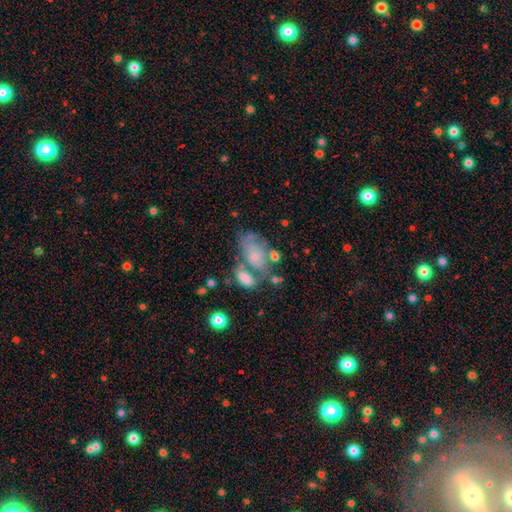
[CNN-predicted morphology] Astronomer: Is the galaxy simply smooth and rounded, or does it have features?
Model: smooth — 51% (runner-up: featured or disk, 41%).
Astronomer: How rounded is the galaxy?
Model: in between — 85%.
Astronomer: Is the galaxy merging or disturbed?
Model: none — 34% (runner-up: merger, 28%).